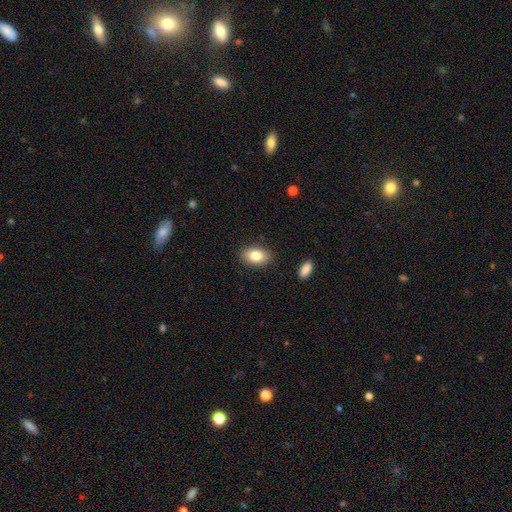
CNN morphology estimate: Smooth or featured? smooth (83%)
How rounded? in between (88%)
Merging? none (87%)